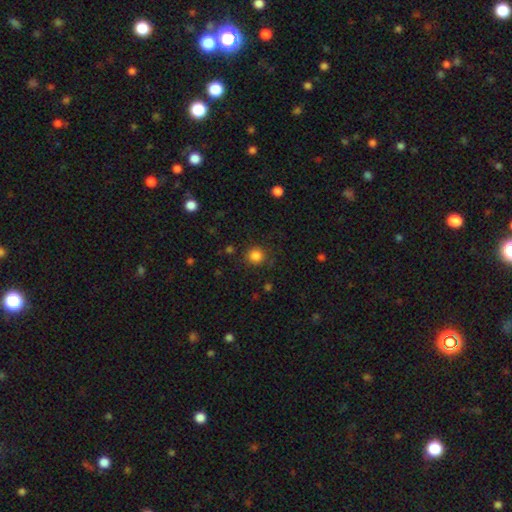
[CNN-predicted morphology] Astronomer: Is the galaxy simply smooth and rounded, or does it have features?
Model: smooth — 84%.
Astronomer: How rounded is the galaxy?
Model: round — 93%.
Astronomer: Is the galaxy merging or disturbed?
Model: none — 87%.